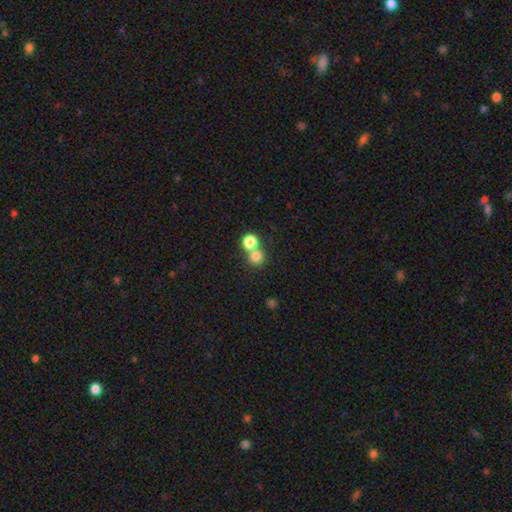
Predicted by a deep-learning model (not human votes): A smooth galaxy with no disk features (79%) that is round (88%).

Vote fractions:
- Smooth or featured? smooth: 79% / star or artifact: 14% / featured or disk: 8%
- How rounded? round: 88% / in between: 11% / cigar-shaped: 1%
- Merging? none: 52% / merger: 40% / minor disturbance: 6% / major disturbance: 3%